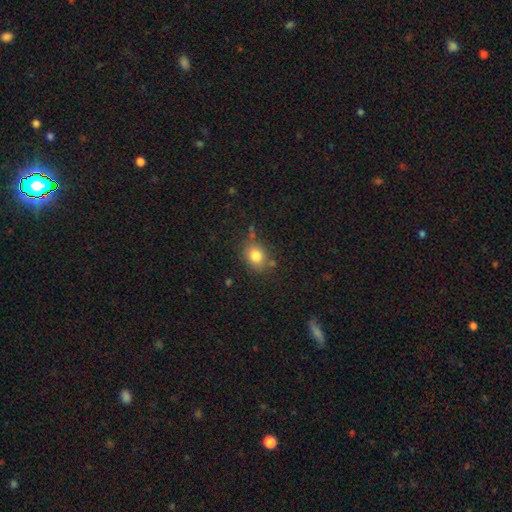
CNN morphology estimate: A smooth galaxy with no disk features (82%) that is round (50%). Merging: none (75%).